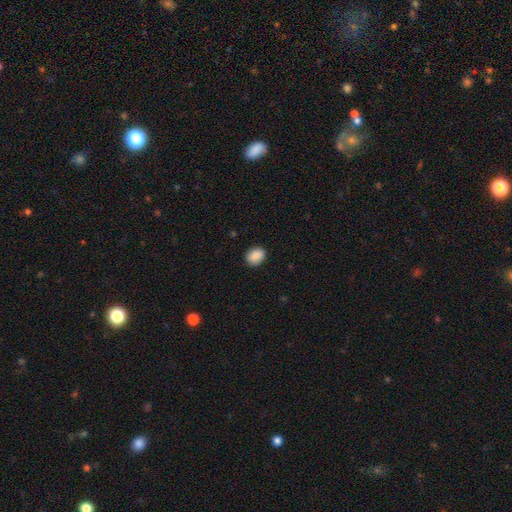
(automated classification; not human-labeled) This is clearly a smooth galaxy (88%). How rounded: possibly round (53%). Merging: clearly none (87%).